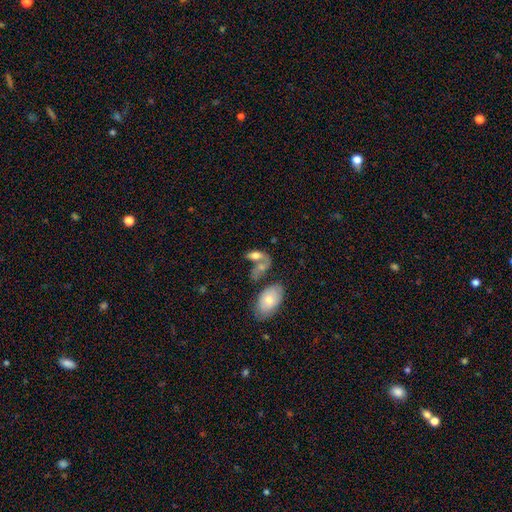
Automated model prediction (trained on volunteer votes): smooth_or_featured: smooth (p=0.63) [alt: featured or disk p=0.27]
how_rounded: in between (p=0.87) [alt: round p=0.07]
merging: merger (p=0.53) [alt: none p=0.24]